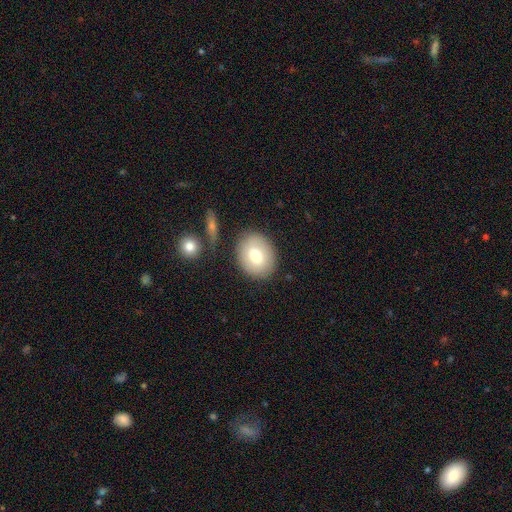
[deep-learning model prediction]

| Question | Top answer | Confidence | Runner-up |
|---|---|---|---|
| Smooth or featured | smooth | 73% | featured or disk (19%) |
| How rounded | round | 57% | in between (42%) |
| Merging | none | 83% | minor disturbance (10%) |